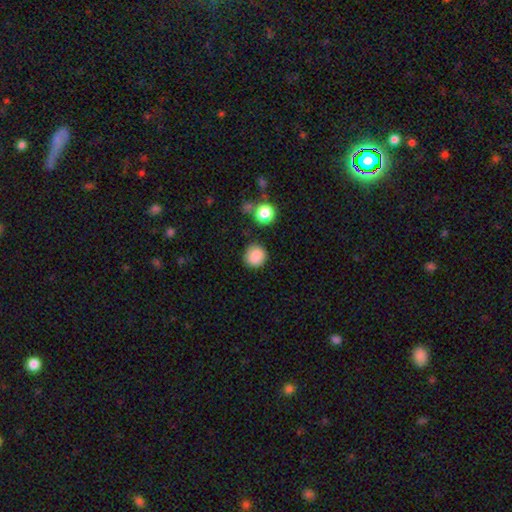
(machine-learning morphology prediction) smooth-or-featured: smooth: 85% | star or artifact: 9% | featured or disk: 6%
  how-rounded: round: 90% | in between: 9% | cigar-shaped: 1%
  merging: none: 80% | minor disturbance: 13% | merger: 4% | major disturbance: 3%